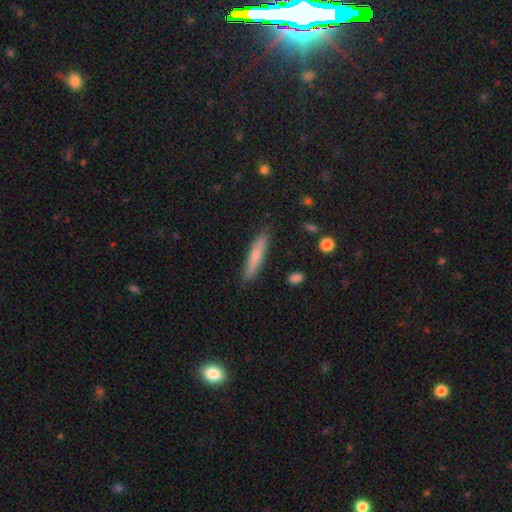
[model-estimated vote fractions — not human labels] smooth-or-featured: smooth: 73% | featured or disk: 21% | star or artifact: 6%
  how-rounded: cigar-shaped: 90% | in between: 8% | round: 2%
  merging: none: 88% | minor disturbance: 9% | major disturbance: 2% | merger: 1%